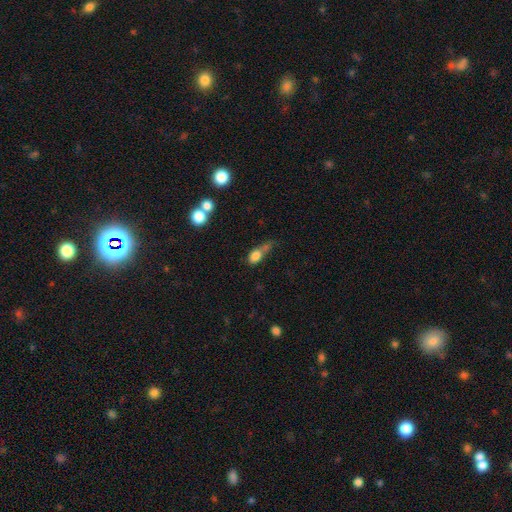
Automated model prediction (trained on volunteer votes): A smooth galaxy with no disk features (77%) that is in between round and cigar-shaped (67%). Merging: merger (27%).